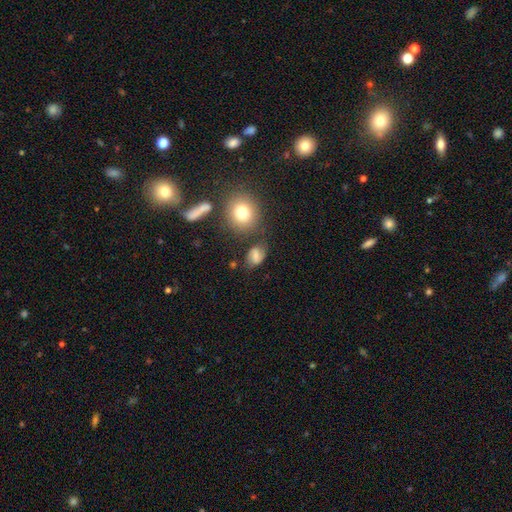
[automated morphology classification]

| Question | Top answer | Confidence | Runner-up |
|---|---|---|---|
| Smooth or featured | smooth | 62% | featured or disk (25%) |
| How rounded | in between | 69% | round (28%) |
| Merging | none | 62% | minor disturbance (21%) |